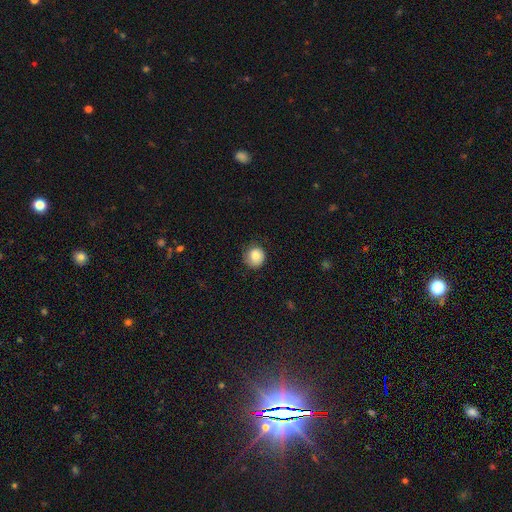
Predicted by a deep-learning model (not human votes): A smooth galaxy with no disk features (83%) that is round (89%).

Vote fractions:
- Smooth or featured? smooth: 83% / featured or disk: 10% / star or artifact: 8%
- How rounded? round: 89% / in between: 10% / cigar-shaped: 1%
- Merging? none: 71% / minor disturbance: 21% / major disturbance: 7% / merger: 1%